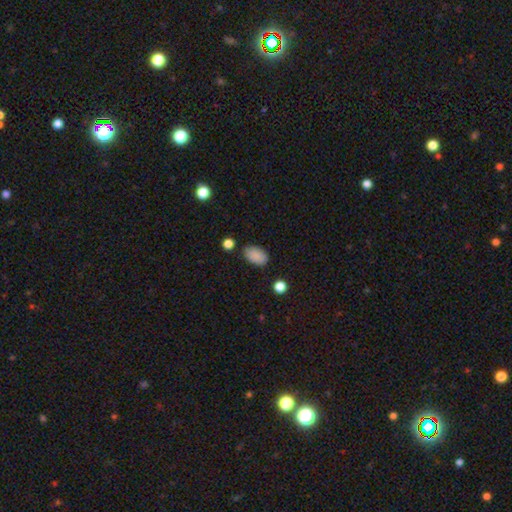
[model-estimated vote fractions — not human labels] smooth-or-featured: smooth: 88% | star or artifact: 8% | featured or disk: 4%
  how-rounded: in between: 92% | round: 7% | cigar-shaped: 1%
  merging: none: 82% | minor disturbance: 13% | major disturbance: 3% | merger: 3%